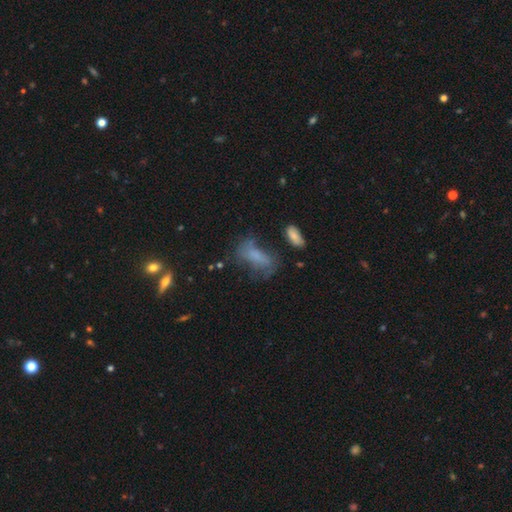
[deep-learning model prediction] This is possibly a smooth galaxy (52%). How rounded: likely in between (78%). Merging: marginally none (44%).